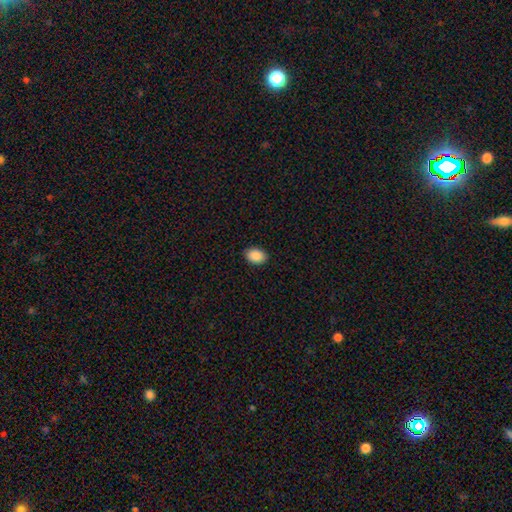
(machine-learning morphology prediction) Smooth or featured?
  - smooth: 90% *
  - star or artifact: 7%
  - featured or disk: 3%
How rounded?
  - in between: 82% *
  - round: 17%
  - cigar-shaped: 1%
Merging?
  - none: 89% *
  - minor disturbance: 8%
  - major disturbance: 2%
  - merger: 1%